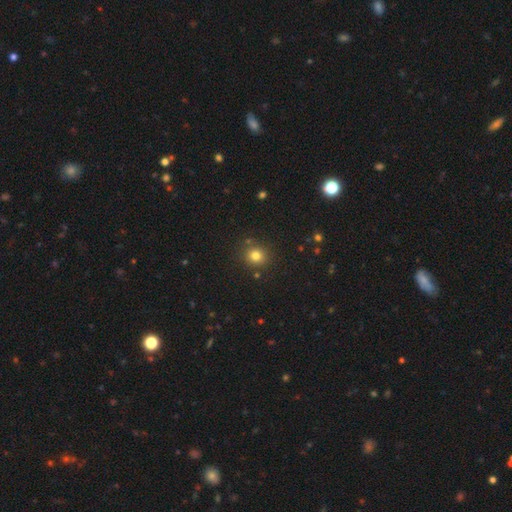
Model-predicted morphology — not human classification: Smooth or featured? smooth (79%)
How rounded? round (86%)
Merging? none (85%)